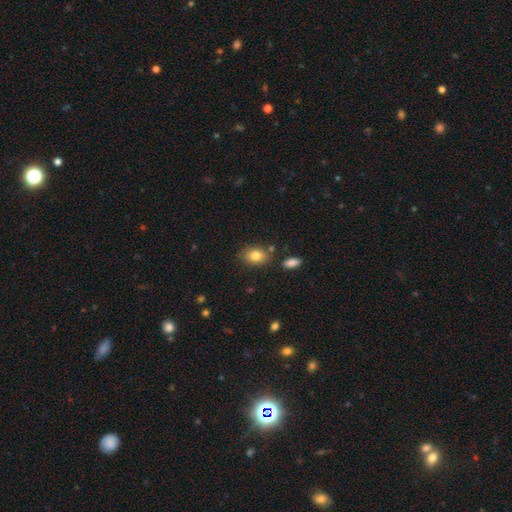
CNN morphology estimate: This appears to be a smooth galaxy with no disk features (81%) that is in between round and cigar-shaped (71%). Merging: none (77%).